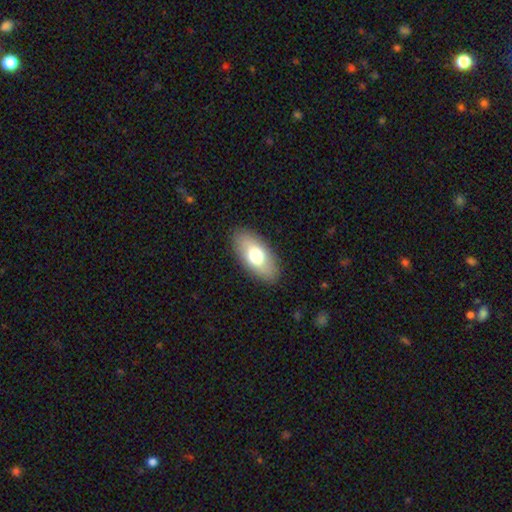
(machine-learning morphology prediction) Smooth or featured? Predicted: smooth (p=0.69). How rounded? Predicted: in between (p=0.90). Merging? Predicted: none (p=0.88).